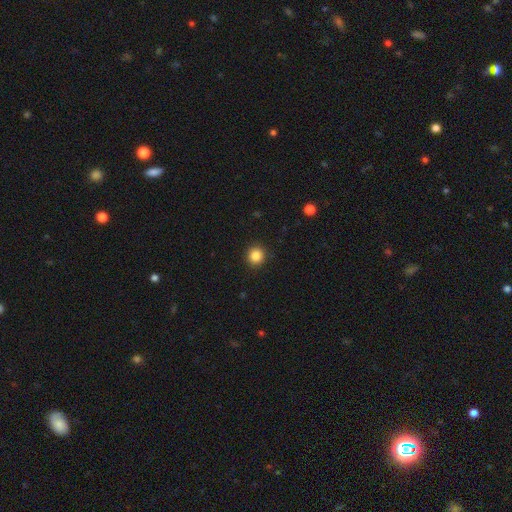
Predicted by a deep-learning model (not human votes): A smooth galaxy with no disk features (85%) that is round (93%). Merging: none (92%).